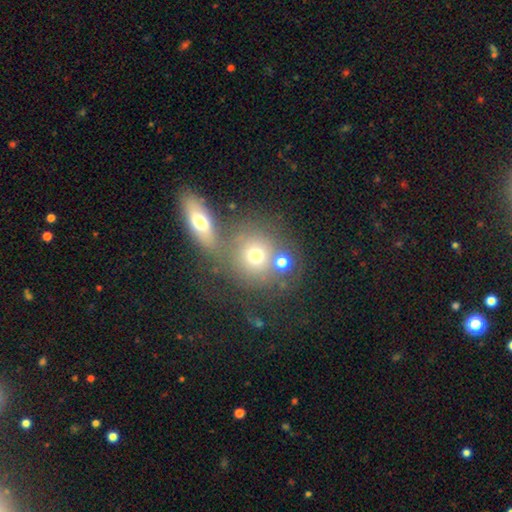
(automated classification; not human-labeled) This is likely a smooth galaxy (66%). How rounded: clearly round (82%). Merging: marginally none (45%).